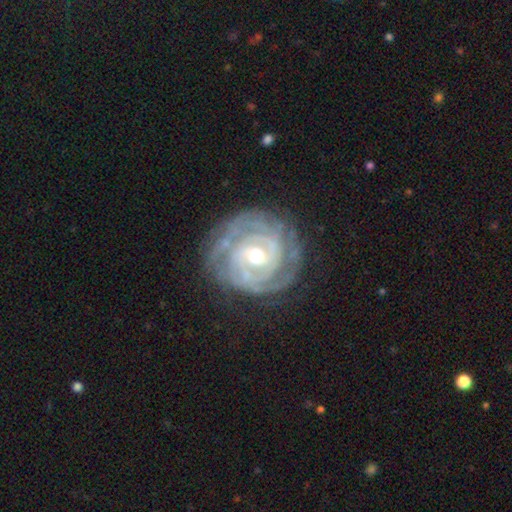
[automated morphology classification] Smooth or featured: featured or disk — 90% (smooth — 6%)
Edge-on disk: no — 97% (yes — 3%)
Bar: no — 47% (weak — 38%)
Spiral arms: yes — 97% (no — 3%)
Spiral winding: tight — 82% (medium — 15%)
Spiral arm count: 2 — 31% (can't tell — 25%)
Bulge size: moderate — 64% (small — 30%)
Merging: none — 77% (minor disturbance — 15%)